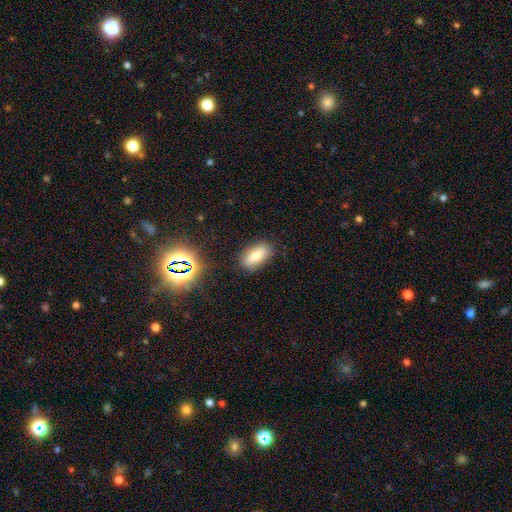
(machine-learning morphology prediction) smooth-or-featured: smooth: 73% | featured or disk: 16% | star or artifact: 11%
  how-rounded: in between: 86% | cigar-shaped: 9% | round: 5%
  merging: none: 85% | minor disturbance: 11% | major disturbance: 3% | merger: 2%